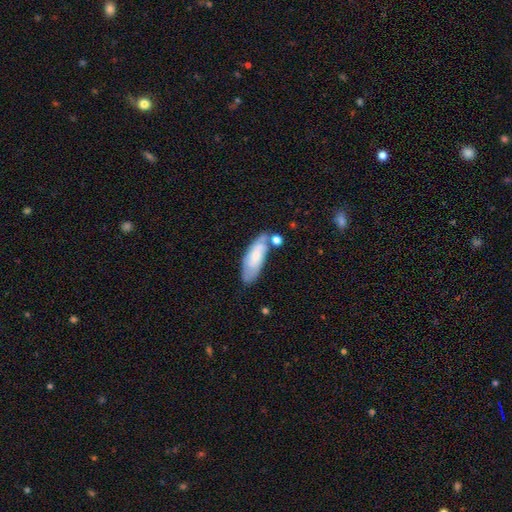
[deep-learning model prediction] smooth 56%, featured or disk 38%, star or artifact 6%. Down the decision tree: how rounded — in between (67%); merging — none (53%).